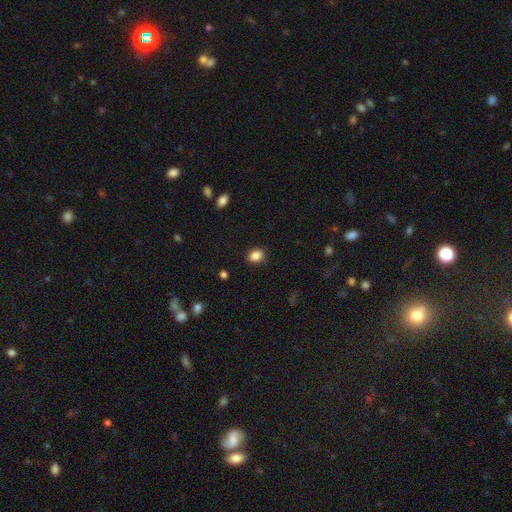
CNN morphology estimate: Smooth or featured? Predicted: smooth (p=0.87). How rounded? Predicted: in between (p=0.52). Merging? Predicted: none (p=0.88).